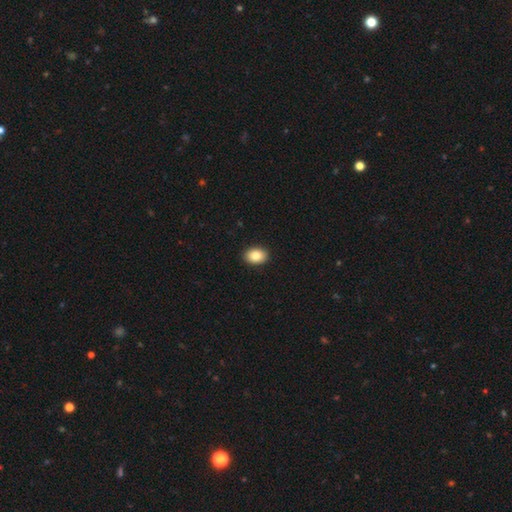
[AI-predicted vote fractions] Q: Smooth or featured?
A: smooth (85%); runner-up: star or artifact (8%)
Q: How rounded?
A: in between (73%); runner-up: round (26%)
Q: Merging?
A: none (92%); runner-up: minor disturbance (6%)